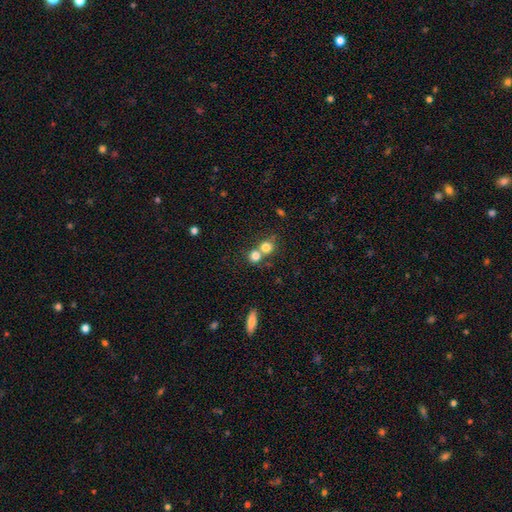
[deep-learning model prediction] Smooth or featured? smooth (79%)
How rounded? round (83%)
Merging? merger (48%)